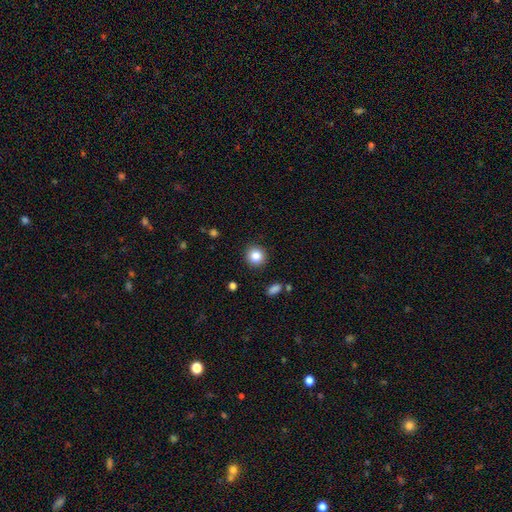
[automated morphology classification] A smooth galaxy with no disk features (85%) that is round (91%).

Vote fractions:
- Smooth or featured? smooth: 85% / star or artifact: 10% / featured or disk: 5%
- How rounded? round: 91% / in between: 8% / cigar-shaped: 1%
- Merging? none: 90% / minor disturbance: 6% / major disturbance: 2% / merger: 1%